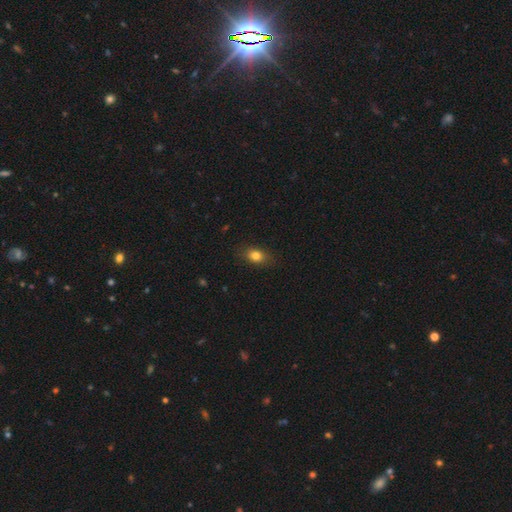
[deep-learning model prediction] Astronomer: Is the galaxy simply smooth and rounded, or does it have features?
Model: smooth — 81%.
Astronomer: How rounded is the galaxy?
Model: in between — 74%.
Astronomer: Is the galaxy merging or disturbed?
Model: none — 84%.